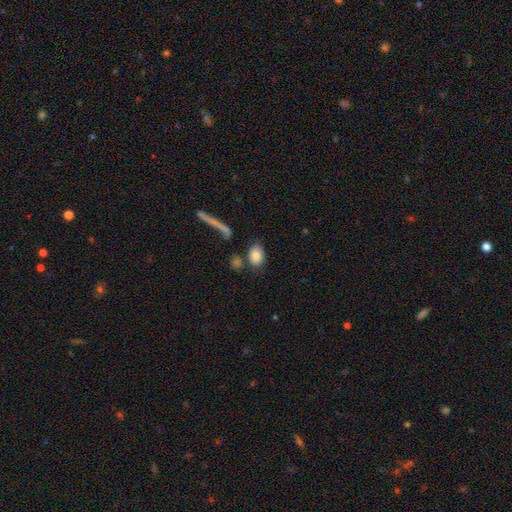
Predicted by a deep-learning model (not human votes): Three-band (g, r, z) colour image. It shows a smooth galaxy with no disk features (81%) that is in between round and cigar-shaped (80%). Merging: none (72%).